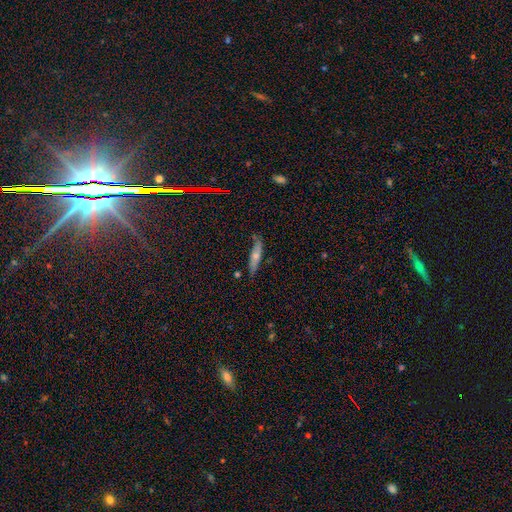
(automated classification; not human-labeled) Q: Smooth or featured?
A: smooth (56%); runner-up: featured or disk (37%)
Q: How rounded?
A: cigar-shaped (77%); runner-up: in between (21%)
Q: Merging?
A: none (77%); runner-up: minor disturbance (17%)